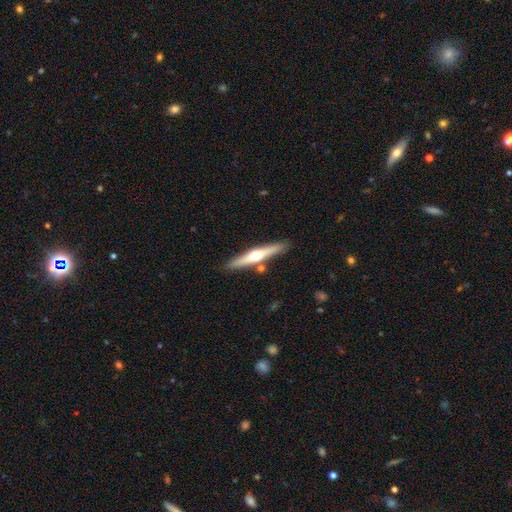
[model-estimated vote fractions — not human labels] Q: Smooth or featured?
A: featured or disk (60%); runner-up: smooth (35%)
Q: Edge-on disk?
A: yes (95%); runner-up: no (5%)
Q: Edge-on bulge?
A: rounded (91%); runner-up: none (6%)
Q: Merging?
A: none (84%); runner-up: minor disturbance (9%)